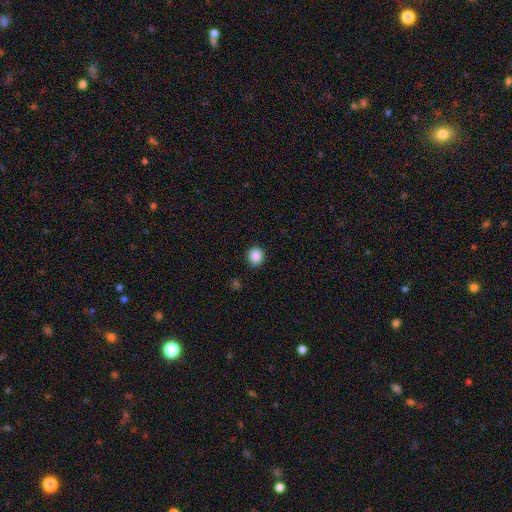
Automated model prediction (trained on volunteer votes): This is clearly a smooth galaxy (88%). How rounded: likely round (75%). Merging: clearly none (90%).